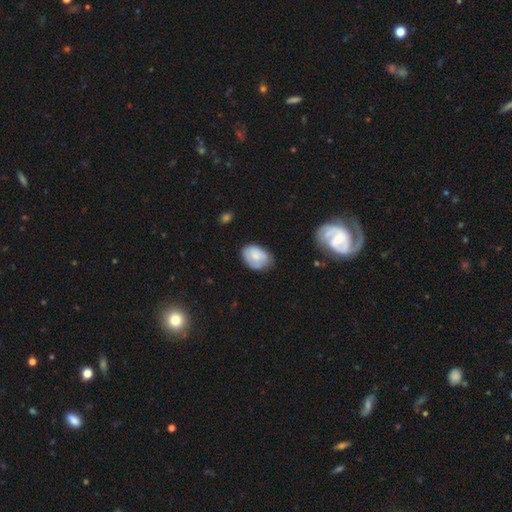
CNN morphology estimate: Smooth or featured?
  - smooth: 71% *
  - featured or disk: 22%
  - star or artifact: 7%
How rounded?
  - in between: 78% *
  - round: 21%
  - cigar-shaped: 1%
Merging?
  - none: 62% *
  - minor disturbance: 30%
  - major disturbance: 7%
  - merger: 2%